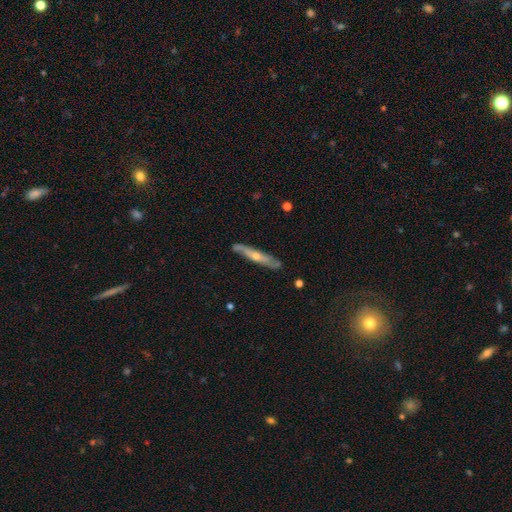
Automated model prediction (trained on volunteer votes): Morphology: type=featured or disk (63%); edge-on=yes (82%); edge-on bulge=rounded (73%); merging=none (82%).